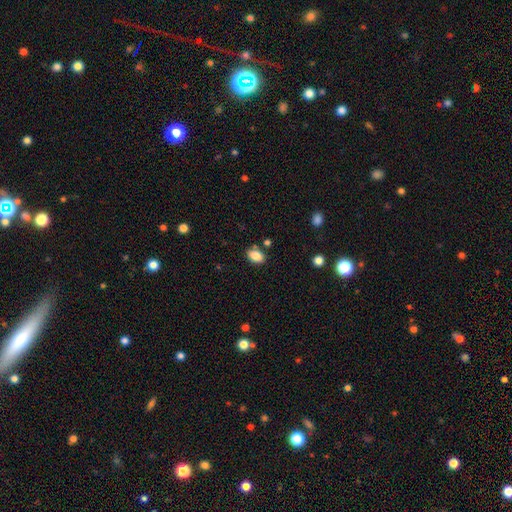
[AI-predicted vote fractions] Smooth or featured? Predicted: smooth (p=0.86). How rounded? Predicted: in between (p=0.85). Merging? Predicted: none (p=0.79).